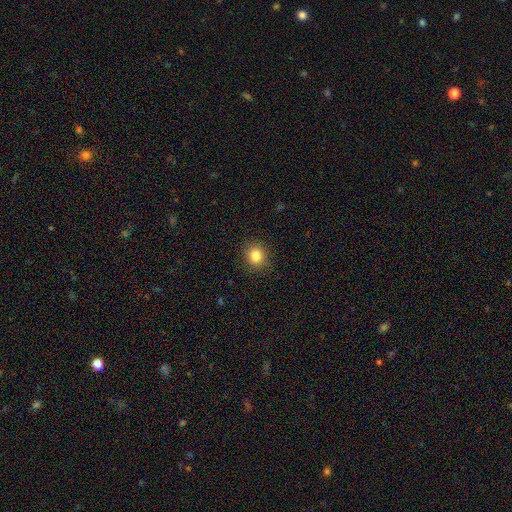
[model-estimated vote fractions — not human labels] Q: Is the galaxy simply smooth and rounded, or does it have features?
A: smooth — 84%.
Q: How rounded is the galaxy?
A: round — 80%.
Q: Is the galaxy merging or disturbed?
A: none — 89%.